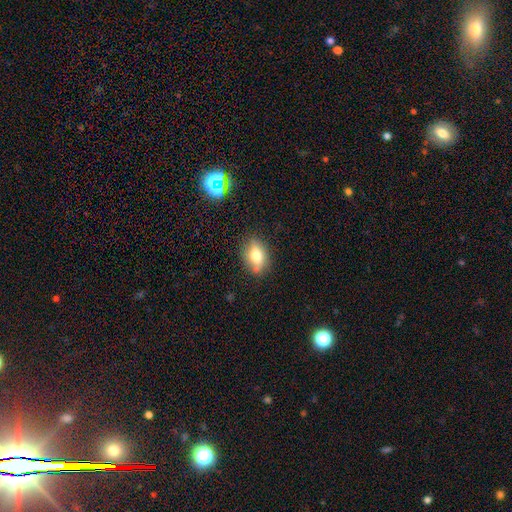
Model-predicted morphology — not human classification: type=smooth (62%); roundness=in between (77%); merging=none (76%).